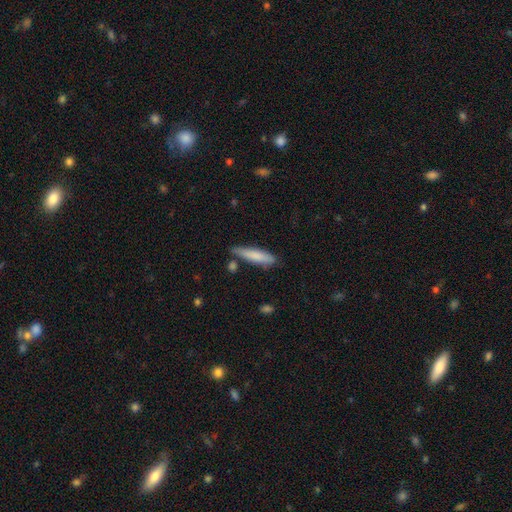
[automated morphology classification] This appears to be a smooth galaxy with no disk features (78%) that is cigar-shaped (82%). Merging: none (72%).